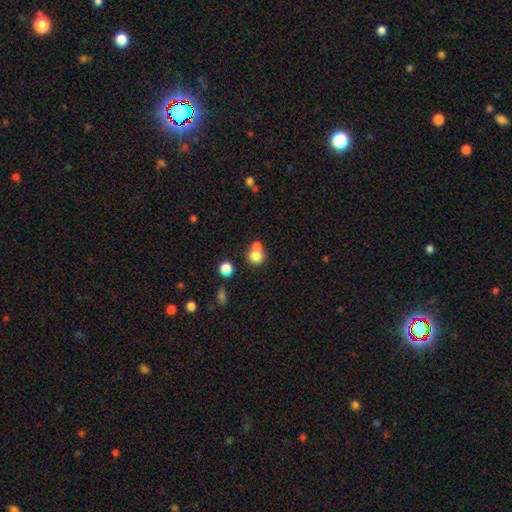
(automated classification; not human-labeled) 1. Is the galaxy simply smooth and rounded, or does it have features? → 78% smooth, 12% star or artifact, 10% featured or disk.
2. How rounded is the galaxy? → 87% round, 12% in between, 1% cigar-shaped.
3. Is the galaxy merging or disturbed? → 49% none, 42% merger, 7% minor disturbance, 3% major disturbance.